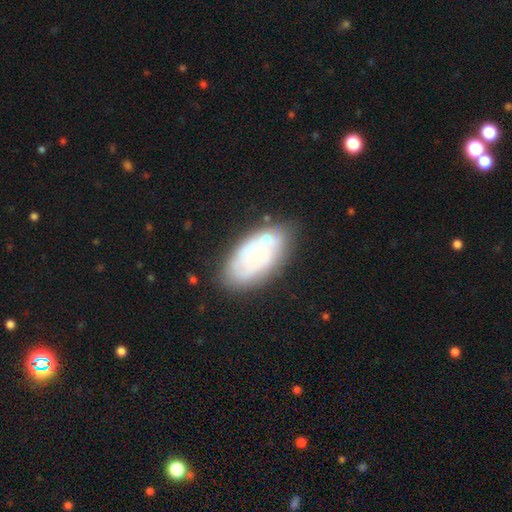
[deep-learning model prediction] Smooth or featured: featured or disk — 55% (smooth — 37%)
Edge-on disk: no — 94% (yes — 6%)
Bar: no — 81% (weak — 16%)
Spiral arms: yes — 62% (no — 38%)
Bulge size: small — 65% (moderate — 16%)
Merging: none — 70% (minor disturbance — 20%)